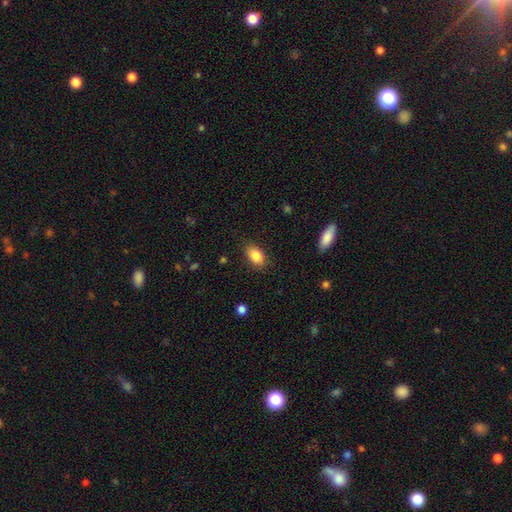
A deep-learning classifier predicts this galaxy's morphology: This is clearly a smooth galaxy (86%). How rounded: clearly in between (88%). Merging: clearly none (85%).